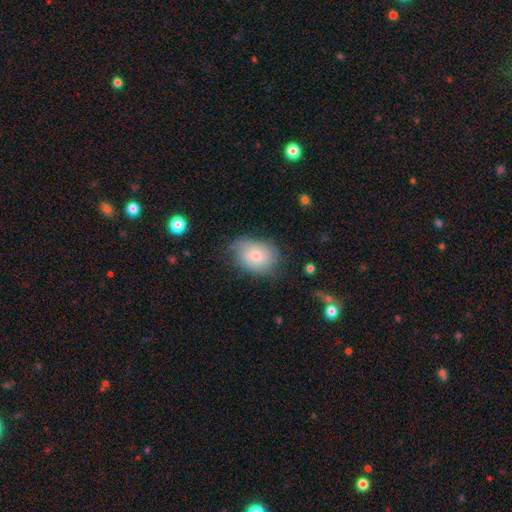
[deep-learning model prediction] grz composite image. It shows a smooth galaxy with no disk features (56%) that is in between round and cigar-shaped (69%). Merging: none (57%).